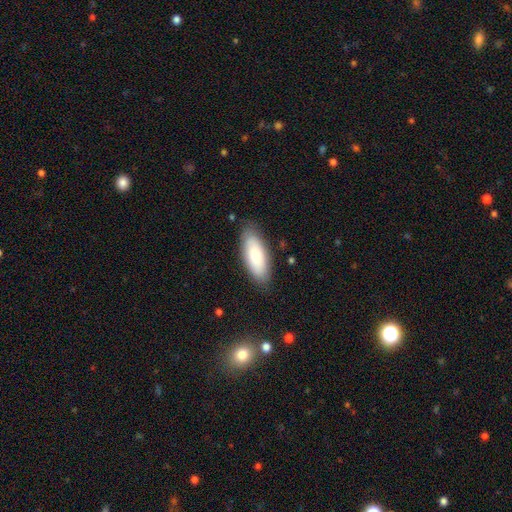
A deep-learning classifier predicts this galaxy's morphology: Smooth or featured? smooth (78%)
How rounded? in between (81%)
Merging? none (83%)